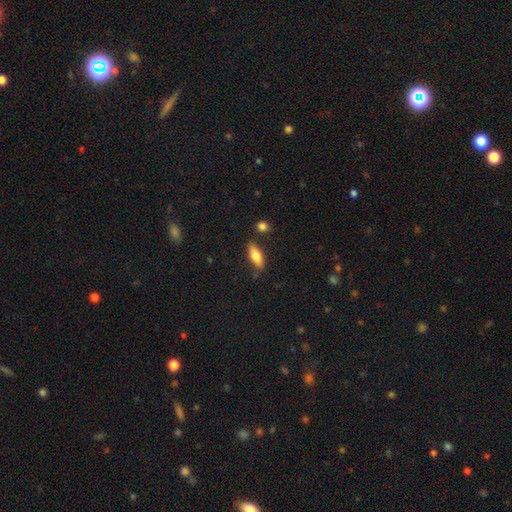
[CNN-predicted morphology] The model was most divided on "how rounded": in between: 72%, cigar-shaped: 25%, round: 3%. More confident: merging — none (78%); smooth or featured — smooth (76%).